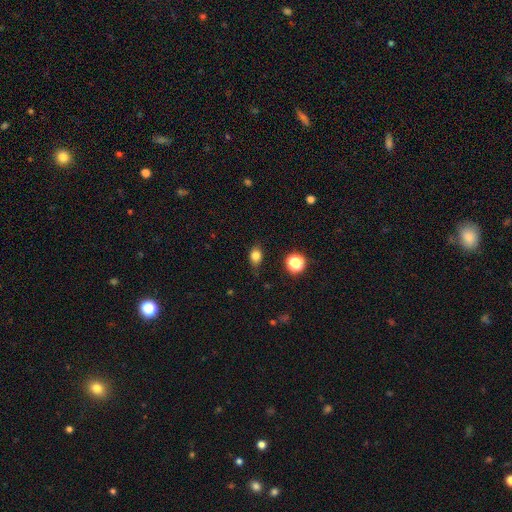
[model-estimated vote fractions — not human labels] smooth 81%, star or artifact 12%, featured or disk 7%. Down the decision tree: how rounded — in between (65%); merging — none (76%).